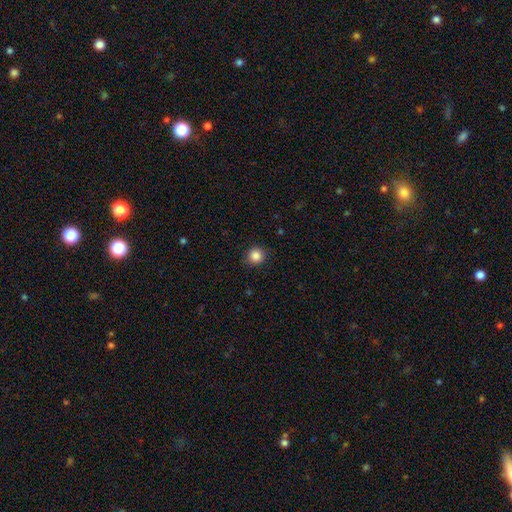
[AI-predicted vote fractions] Morphology: type=smooth (86%); roundness=round (92%); merging=none (90%).